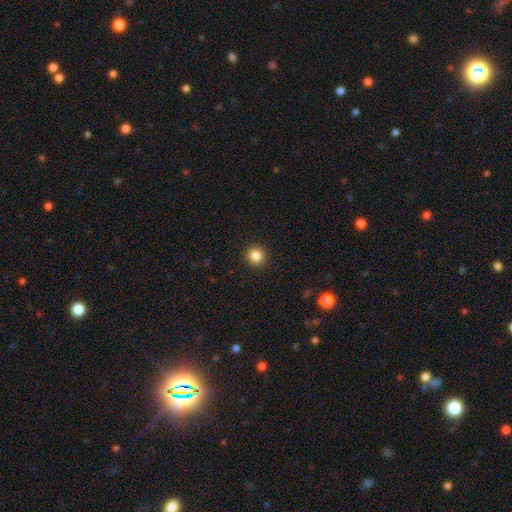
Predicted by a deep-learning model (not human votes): Smooth or featured: smooth — 85% (star or artifact — 11%)
How rounded: round — 91% (in between — 8%)
Merging: none — 92% (minor disturbance — 5%)